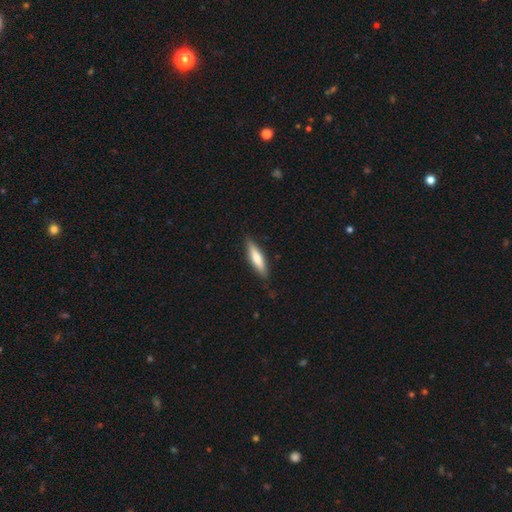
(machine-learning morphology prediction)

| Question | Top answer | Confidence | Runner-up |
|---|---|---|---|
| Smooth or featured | smooth | 67% | featured or disk (28%) |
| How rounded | cigar-shaped | 76% | in between (22%) |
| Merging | none | 86% | minor disturbance (11%) |